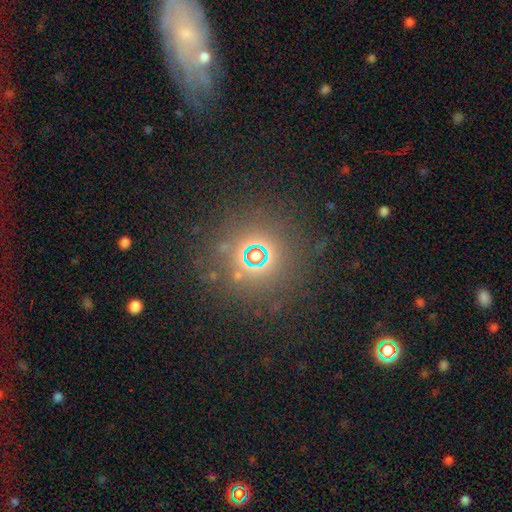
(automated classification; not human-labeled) Q: Smooth or featured?
A: star or artifact (62%); runner-up: smooth (26%)